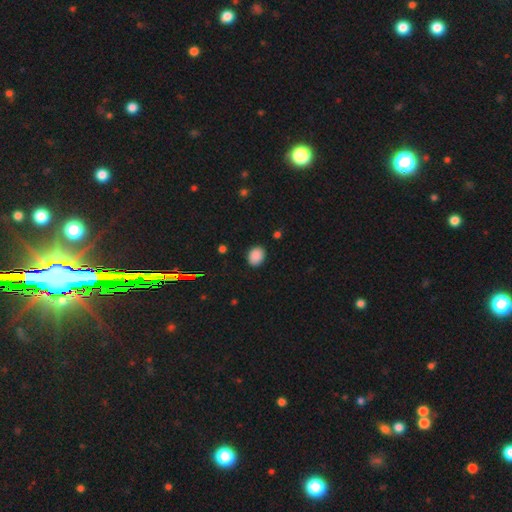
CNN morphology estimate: This is clearly a smooth galaxy (88%). How rounded: possibly in between (57%). Merging: clearly none (88%).